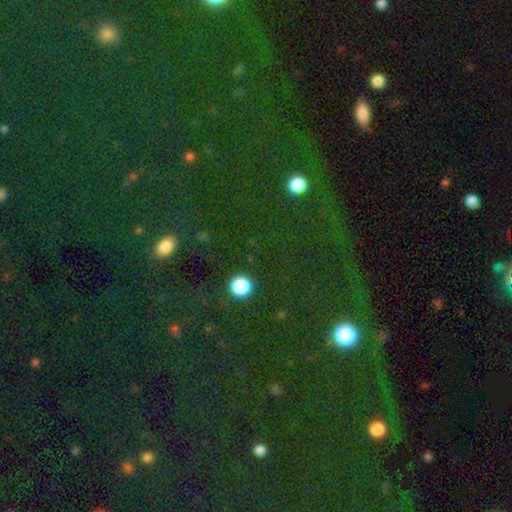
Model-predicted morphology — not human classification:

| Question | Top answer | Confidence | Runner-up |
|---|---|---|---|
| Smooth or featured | star or artifact | 65% | smooth (26%) |